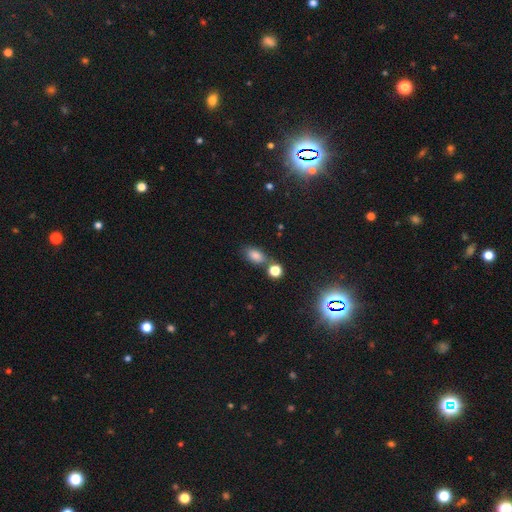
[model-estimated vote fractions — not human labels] The model was most divided on "merging": none: 60%, merger: 19%, minor disturbance: 16%, major disturbance: 5%. More confident: how rounded — in between (84%); smooth or featured — smooth (80%).